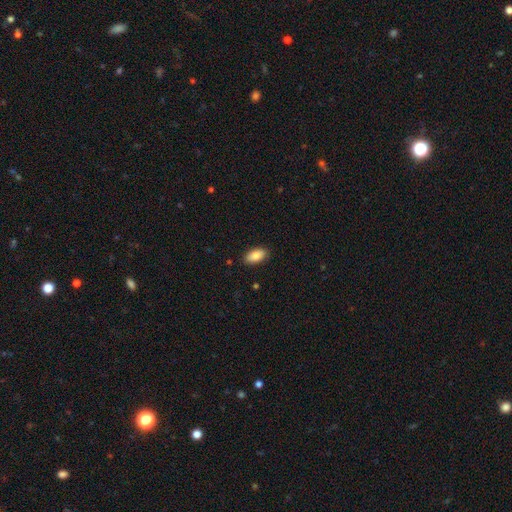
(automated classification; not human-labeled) smooth-or-featured: smooth: 85% | featured or disk: 8% | star or artifact: 7%
  how-rounded: in between: 93% | cigar-shaped: 5% | round: 3%
  merging: none: 87% | minor disturbance: 10% | major disturbance: 2% | merger: 1%